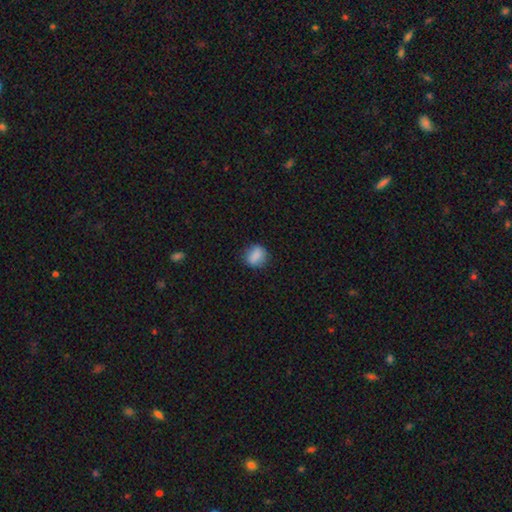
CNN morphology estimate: Overall: smooth (85%). How rounded: round (59%; in between 39%). Merging: none (80%).